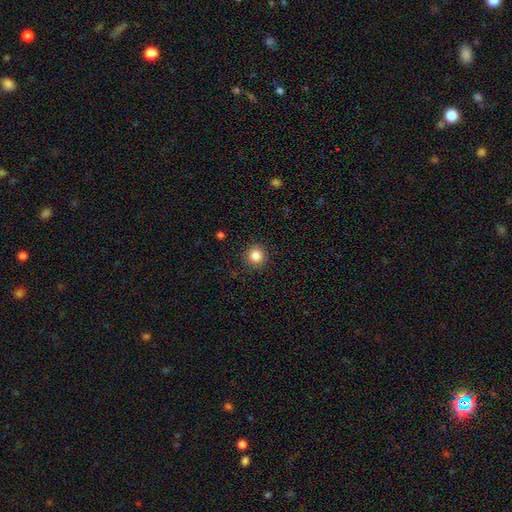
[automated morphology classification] type=smooth (85%); roundness=round (94%); merging=none (90%).